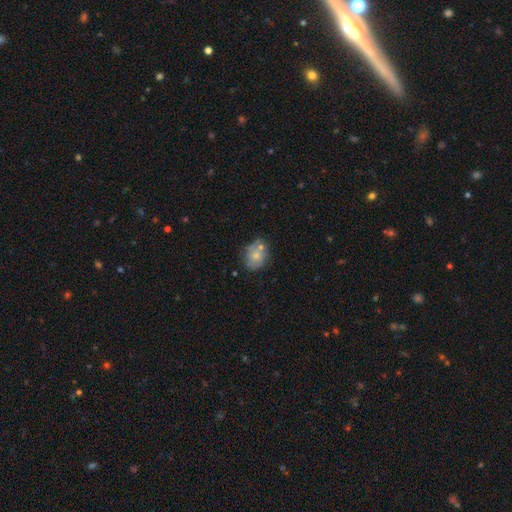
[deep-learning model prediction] This is likely a smooth galaxy (61%). How rounded: possibly round (57%). Merging: possibly none (51%).